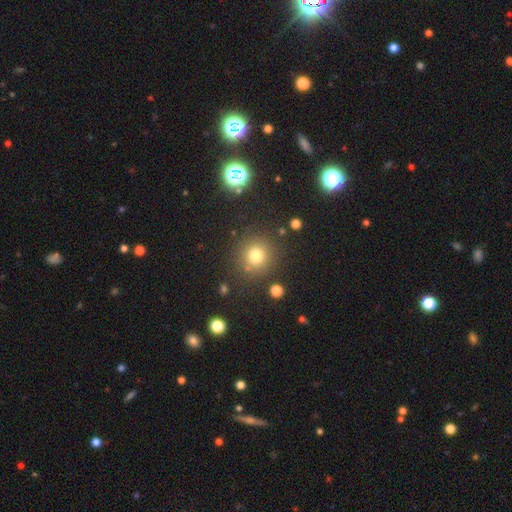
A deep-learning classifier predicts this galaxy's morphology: This is likely a smooth galaxy (76%). How rounded: clearly round (92%). Merging: clearly none (84%).